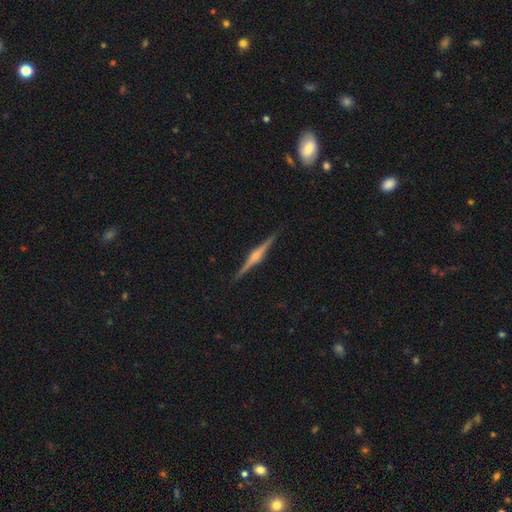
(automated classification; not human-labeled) Smooth or featured? Predicted: featured or disk (p=0.84). Edge-on disk? Predicted: yes (p=0.99). Edge-on bulge? Predicted: rounded (p=0.83). Merging? Predicted: none (p=0.92).